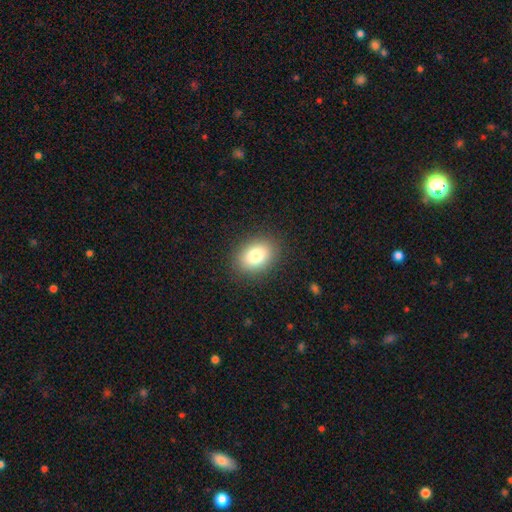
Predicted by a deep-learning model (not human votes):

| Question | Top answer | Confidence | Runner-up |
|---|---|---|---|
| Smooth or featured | smooth | 81% | star or artifact (10%) |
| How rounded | in between | 70% | round (29%) |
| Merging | none | 88% | minor disturbance (8%) |